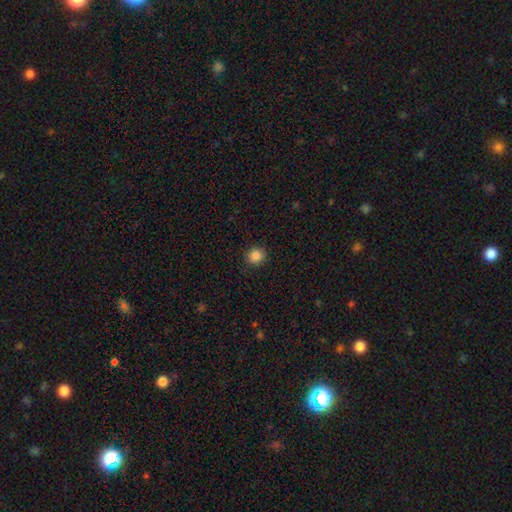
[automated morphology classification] Overall: smooth (86%). How rounded: round (88%). Merging: none (90%).